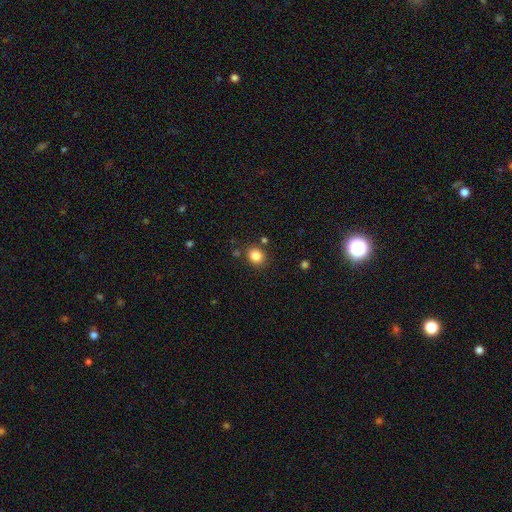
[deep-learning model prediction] smooth-or-featured: smooth: 84% | star or artifact: 11% | featured or disk: 5%
  how-rounded: round: 74% | in between: 25% | cigar-shaped: 1%
  merging: none: 82% | minor disturbance: 10% | merger: 5% | major disturbance: 3%